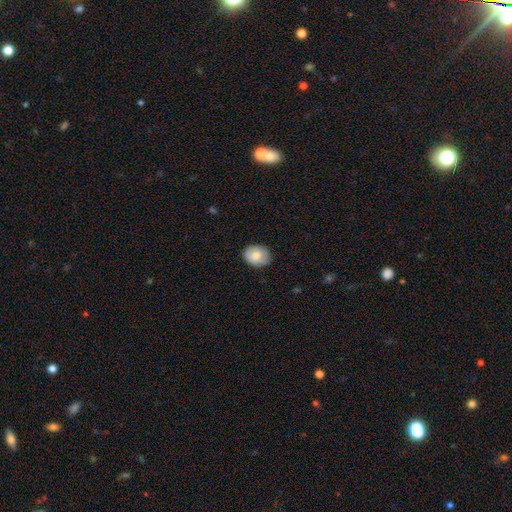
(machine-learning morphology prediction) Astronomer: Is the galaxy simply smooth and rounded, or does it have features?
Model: smooth — 80%.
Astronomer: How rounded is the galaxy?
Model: in between — 51% (runner-up: round, 48%).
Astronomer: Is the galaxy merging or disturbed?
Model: none — 86%.